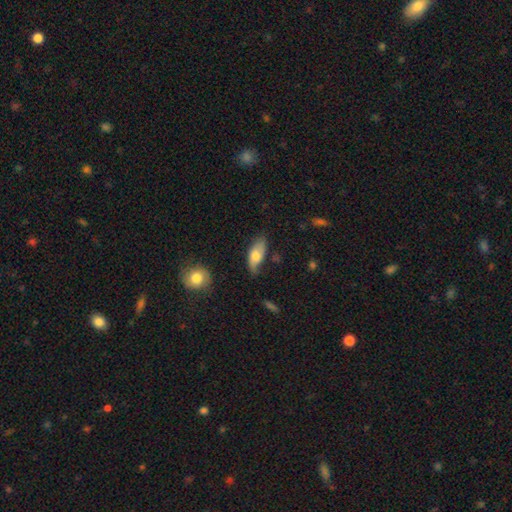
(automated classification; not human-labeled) Smooth or featured? smooth (63%)
How rounded? in between (82%)
Merging? none (52%)